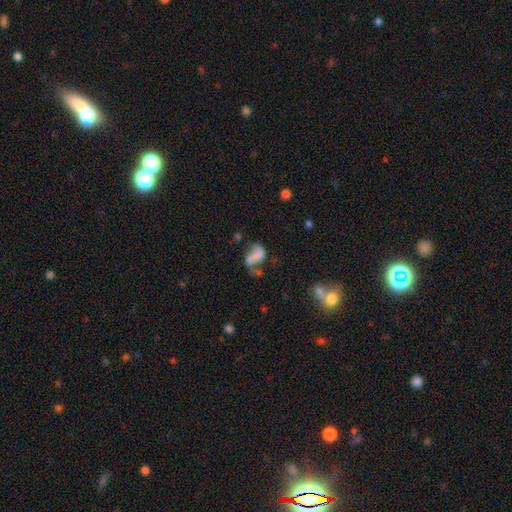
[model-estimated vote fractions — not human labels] smooth_or_featured: smooth (p=0.44) [alt: featured or disk p=0.42]
merging: none (p=0.30) [alt: major disturbance p=0.28]